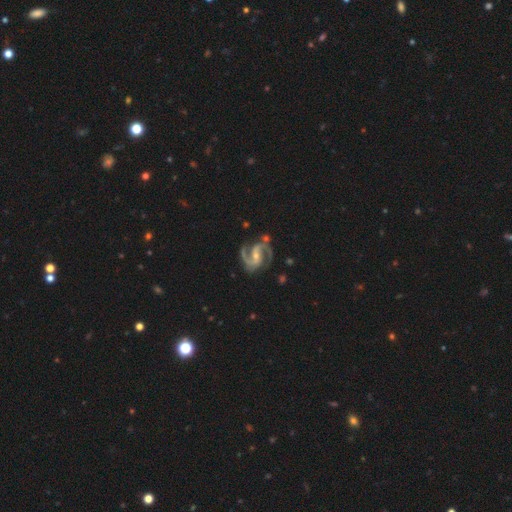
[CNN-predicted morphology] Q: Smooth or featured?
A: featured or disk (93%); runner-up: star or artifact (4%)
Q: Edge-on disk?
A: no (98%); runner-up: yes (2%)
Q: Bar?
A: weak (40%); runner-up: strong (37%)
Q: Spiral arms?
A: yes (99%); runner-up: no (1%)
Q: Spiral winding?
A: medium (67%); runner-up: tight (19%)
Q: Spiral arm count?
A: 2 (92%); runner-up: 3 (3%)
Q: Bulge size?
A: small (58%); runner-up: moderate (37%)
Q: Merging?
A: none (74%); runner-up: minor disturbance (16%)